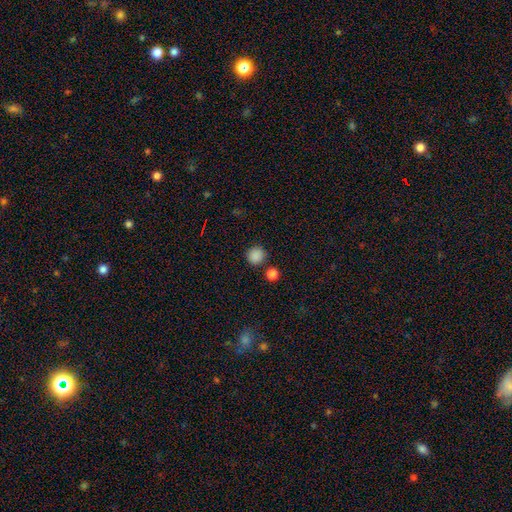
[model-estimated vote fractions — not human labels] smooth 86%, star or artifact 11%, featured or disk 3%. Down the decision tree: how rounded — round (93%); merging — none (86%).